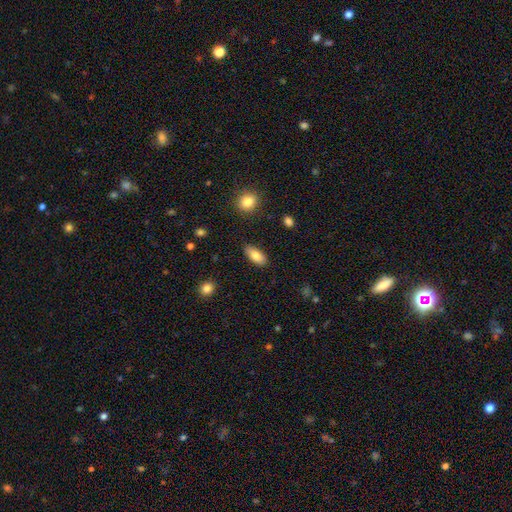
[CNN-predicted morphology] Smooth or featured?
  - smooth: 82% *
  - featured or disk: 12%
  - star or artifact: 7%
How rounded?
  - in between: 87% *
  - cigar-shaped: 10%
  - round: 3%
Merging?
  - none: 85% *
  - minor disturbance: 11%
  - major disturbance: 2%
  - merger: 1%